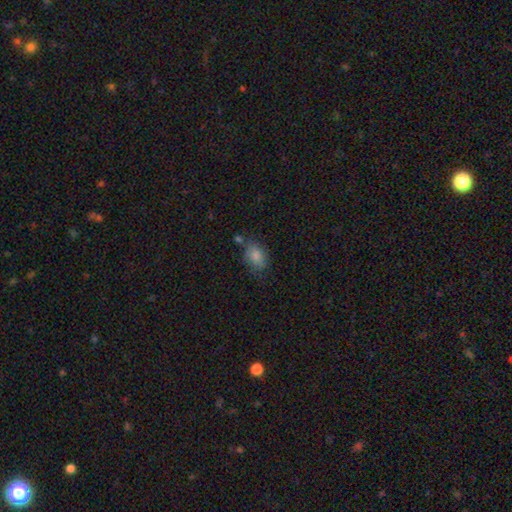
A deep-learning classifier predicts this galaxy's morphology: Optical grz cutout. It shows a smooth galaxy with no disk features (83%) that is in between round and cigar-shaped (82%). Merging: none (65%).